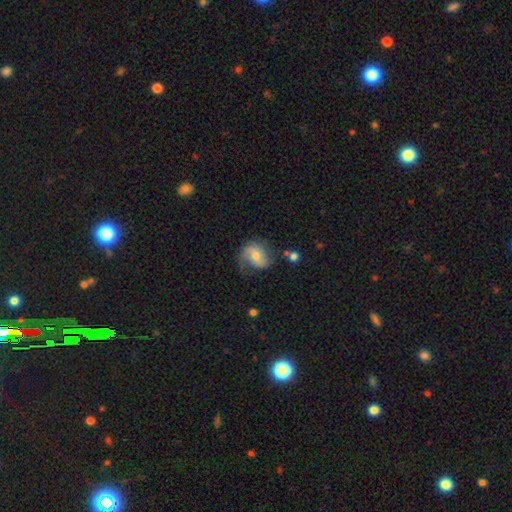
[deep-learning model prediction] smooth_or_featured: featured or disk (p=0.52) [alt: smooth p=0.40]
disk_edge_on: no (p=0.96) [alt: yes p=0.04]
bar: no (p=0.54) [alt: weak p=0.36]
has_spiral_arms: yes (p=0.83) [alt: no p=0.17]
bulge_size: moderate (p=0.63) [alt: small p=0.29]
merging: none (p=0.48) [alt: minor disturbance p=0.29]